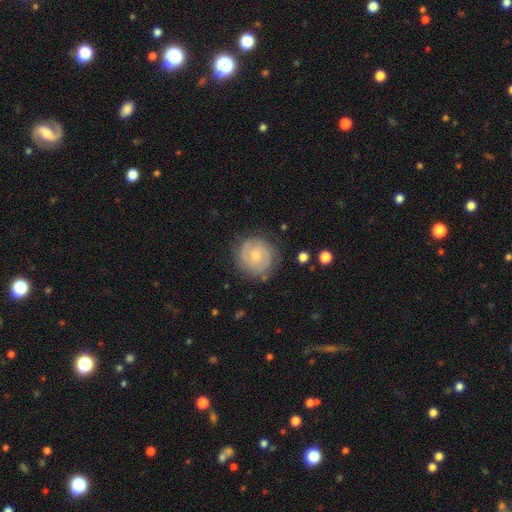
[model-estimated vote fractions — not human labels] This appears to be a featured or disk galaxy (61%) with no bar (67%), 2 (56%) tight (65%) spiral arms (87%) and a small central bulge (54%). Merging: none (80%).